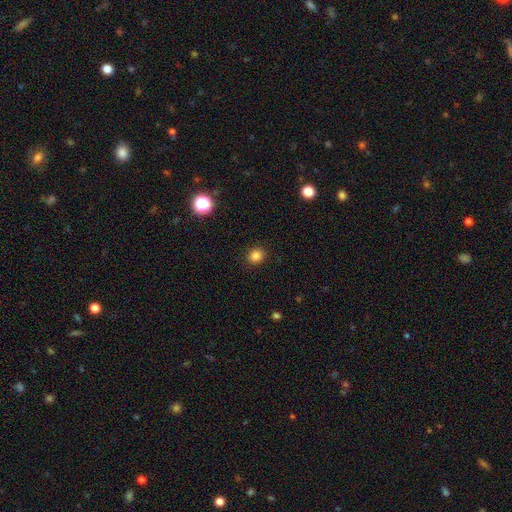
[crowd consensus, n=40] Overall: smooth (92%). How rounded: round (76%). Merging: none (95%).